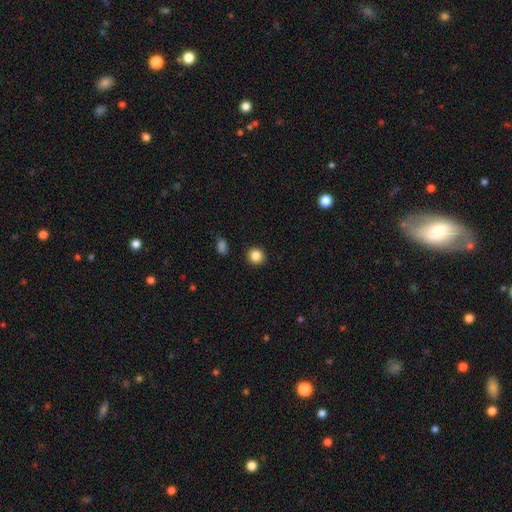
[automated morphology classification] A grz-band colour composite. It shows a smooth galaxy with no disk features (86%) that is round (90%). Merging: none (91%).